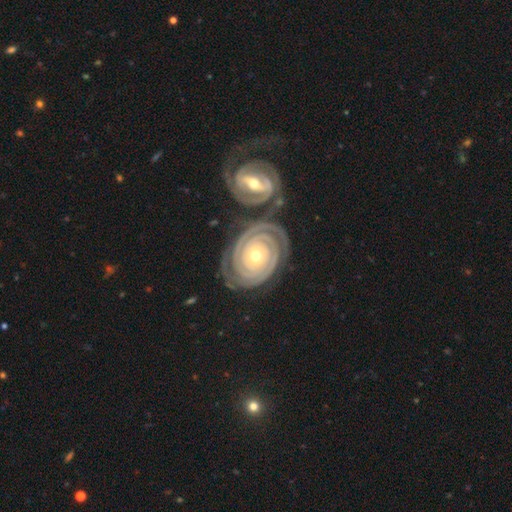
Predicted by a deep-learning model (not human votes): Smooth or featured?
  - featured or disk: 93% *
  - star or artifact: 4%
  - smooth: 3%
Edge-on disk?
  - no: 97% *
  - yes: 3%
Bar?
  - no: 73% *
  - strong: 14%
  - weak: 13%
Spiral arms?
  - yes: 99% *
  - no: 1%
Spiral winding?
  - tight: 91% *
  - medium: 8%
  - loose: 1%
Spiral arm count?
  - 2: 66% *
  - 3: 12%
  - can't tell: 8%
  - 4: 6%
  - more than 4: 4%
  - 1: 4%
Bulge size?
  - small: 55% *
  - moderate: 42%
  - large: 1%
  - dominant: 1%
  - none: 1%
Merging?
  - none: 69% *
  - merger: 16%
  - minor disturbance: 11%
  - major disturbance: 4%